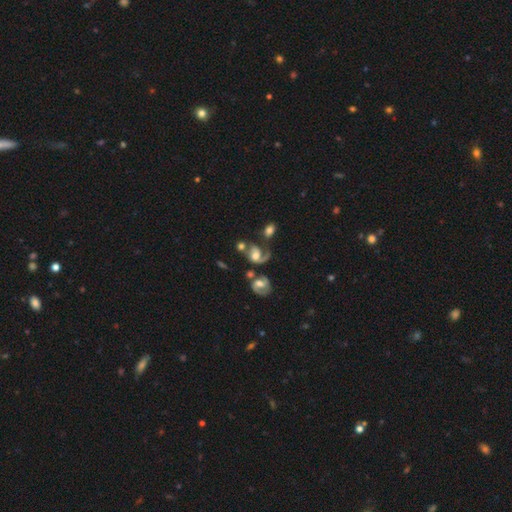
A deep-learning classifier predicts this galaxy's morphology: smooth_or_featured: featured or disk (p=0.65) [alt: smooth p=0.26]
disk_edge_on: no (p=0.97) [alt: yes p=0.03]
bar: no (p=0.60) [alt: weak p=0.30]
has_spiral_arms: yes (p=0.85) [alt: no p=0.15]
spiral_winding: medium (p=0.43) [alt: loose p=0.37]
spiral_arm_count: 2 (p=0.49) [alt: 1 p=0.43]
bulge_size: moderate (p=0.57) [alt: large p=0.19]
merging: none (p=0.33) [alt: merger p=0.28]